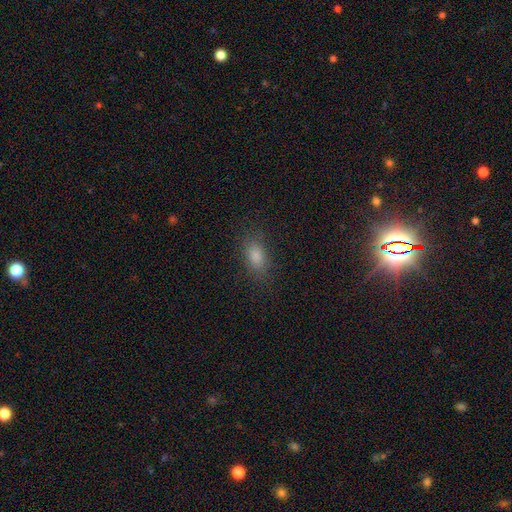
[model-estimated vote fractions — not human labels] Smooth or featured? Predicted: smooth (p=0.77). How rounded? Predicted: in between (p=0.83). Merging? Predicted: none (p=0.84).